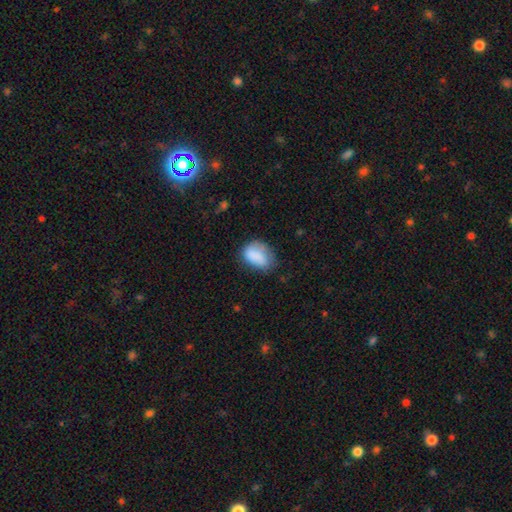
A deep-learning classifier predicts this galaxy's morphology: Q: Smooth or featured?
A: smooth (83%); runner-up: featured or disk (9%)
Q: How rounded?
A: in between (83%); runner-up: round (16%)
Q: Merging?
A: none (55%); runner-up: minor disturbance (31%)